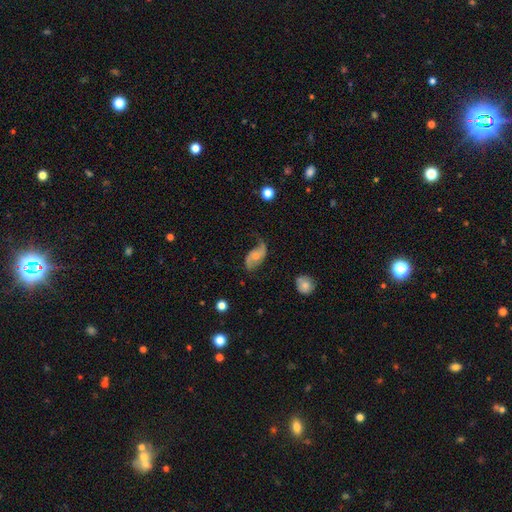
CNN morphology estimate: Smooth or featured: featured or disk — 74% (smooth — 19%)
Edge-on disk: no — 96% (yes — 4%)
Bar: no — 65% (weak — 28%)
Spiral arms: yes — 91% (no — 9%)
Spiral winding: loose — 71% (medium — 22%)
Spiral arm count: 2 — 88% (1 — 5%)
Bulge size: moderate — 48% (small — 45%)
Merging: none — 55% (minor disturbance — 27%)